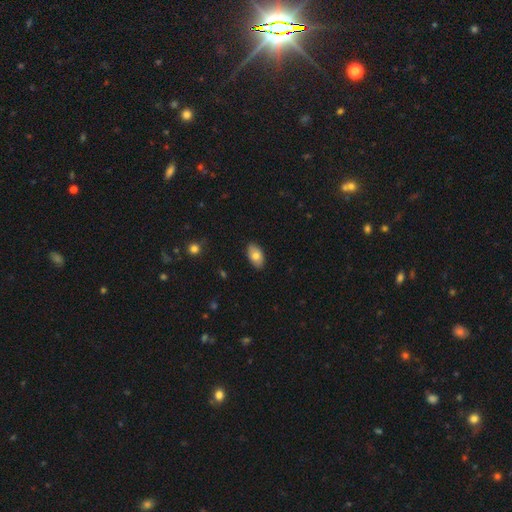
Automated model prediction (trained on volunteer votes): smooth-or-featured: smooth: 74% | featured or disk: 20% | star or artifact: 7%
  how-rounded: in between: 94% | round: 5% | cigar-shaped: 2%
  merging: none: 86% | minor disturbance: 11% | major disturbance: 2% | merger: 1%